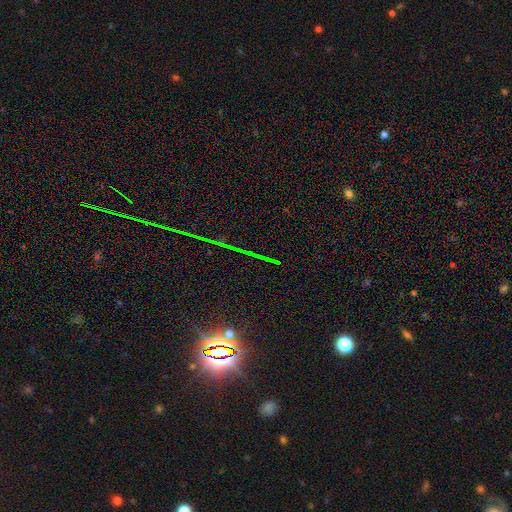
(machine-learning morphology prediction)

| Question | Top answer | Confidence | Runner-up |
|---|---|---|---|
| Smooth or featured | star or artifact | 84% | smooth (8%) |